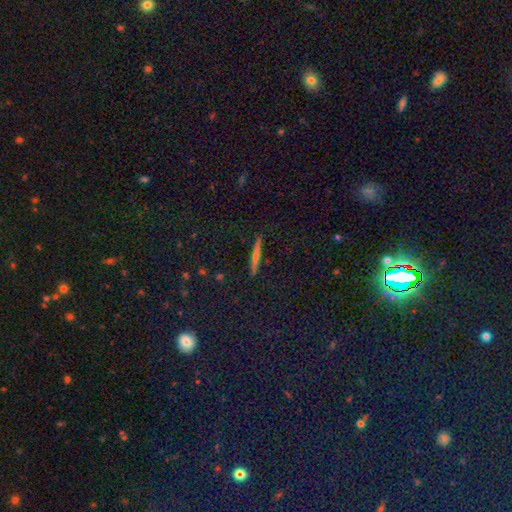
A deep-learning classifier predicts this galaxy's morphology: smooth-or-featured: featured or disk: 48% | smooth: 41% | star or artifact: 11%
  merging: none: 91% | minor disturbance: 6% | major disturbance: 1% | merger: 1%